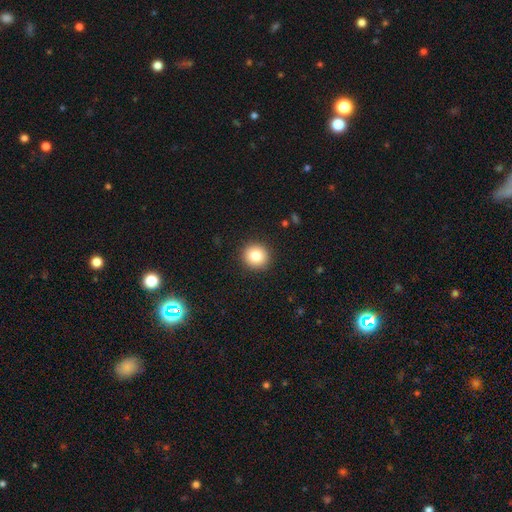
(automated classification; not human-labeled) Overall: smooth (82%). How rounded: round (93%). Merging: none (92%).